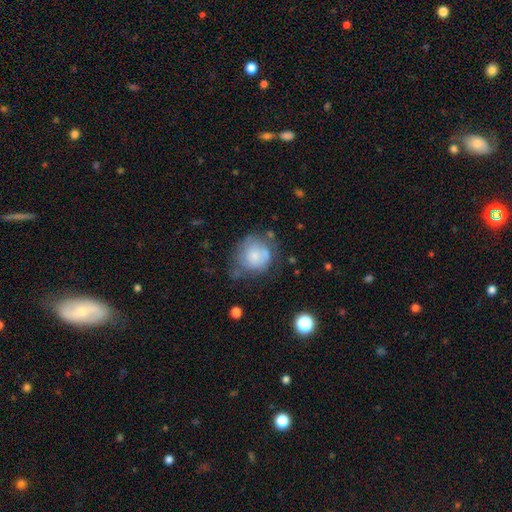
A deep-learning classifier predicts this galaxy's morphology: type=smooth (66%); roundness=round (84%); merging=none (45%).